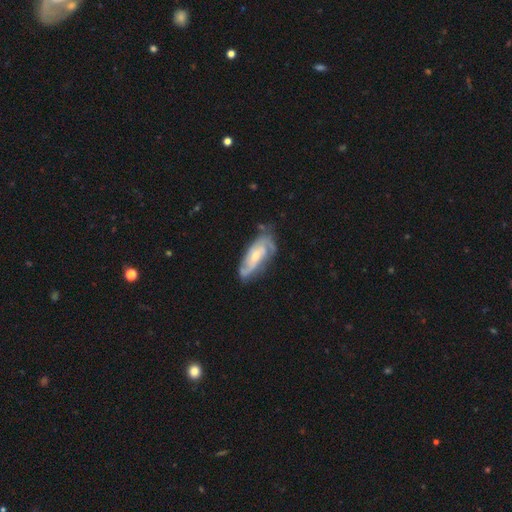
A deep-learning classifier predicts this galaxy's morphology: smooth_or_featured: featured or disk (p=0.79) [alt: smooth p=0.15]
disk_edge_on: no (p=0.92) [alt: yes p=0.08]
bar: no (p=0.55) [alt: weak p=0.36]
has_spiral_arms: yes (p=0.94) [alt: no p=0.06]
spiral_winding: tight (p=0.44) [alt: medium p=0.41]
spiral_arm_count: 2 (p=0.45) [alt: can't tell p=0.25]
bulge_size: moderate (p=0.47) [alt: small p=0.46]
merging: none (p=0.65) [alt: minor disturbance p=0.24]